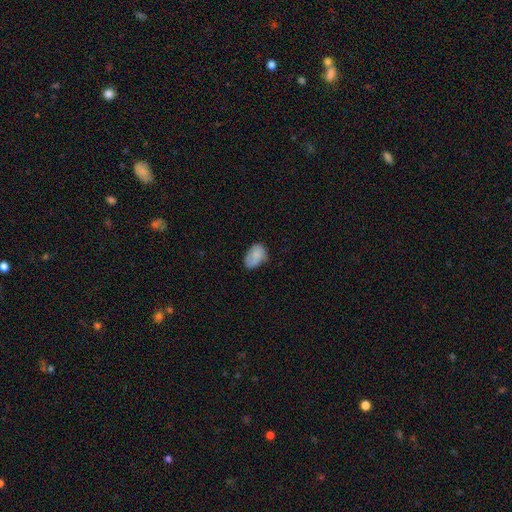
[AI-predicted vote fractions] This is likely a smooth galaxy (77%). How rounded: clearly in between (86%). Merging: likely none (62%).